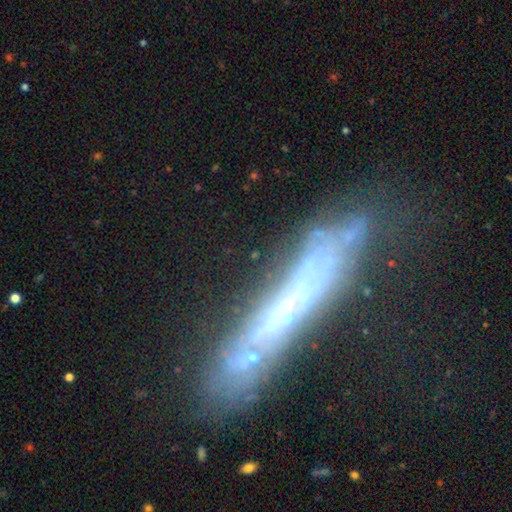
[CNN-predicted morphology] This is likely a featured or disk galaxy (61%). It is likely viewed edge-on (63%). Merging: possibly none (57%).